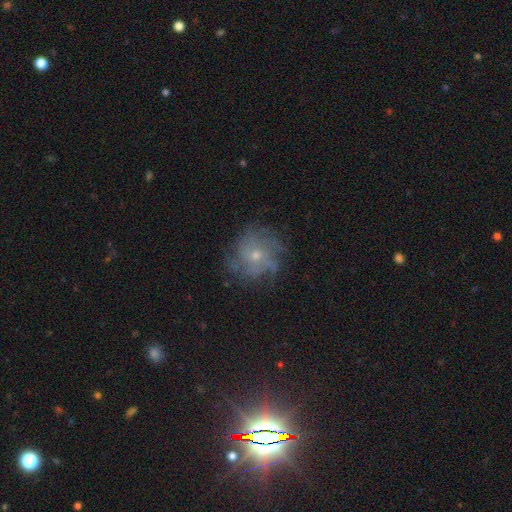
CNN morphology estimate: This is likely a featured or disk galaxy (64%). It is clearly not viewed edge-on (97%). Bar: clearly no (82%). Spiral arm pattern: likely yes (79%). Central bulge: likely small (61%). Merging: likely none (69%).